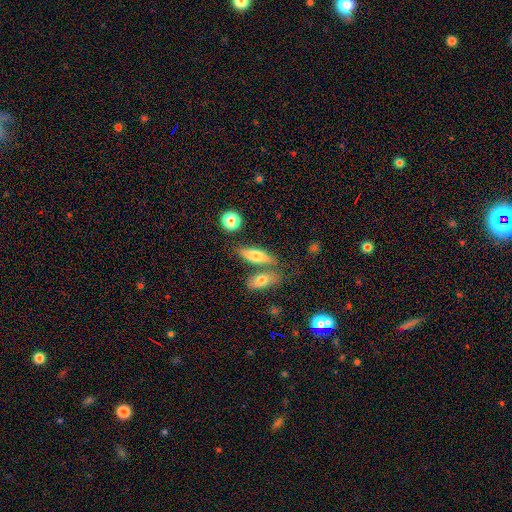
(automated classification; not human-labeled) Overall: smooth (69%). How rounded: in between (55%; cigar-shaped 40%). Merging: none (60%; merger 23%).